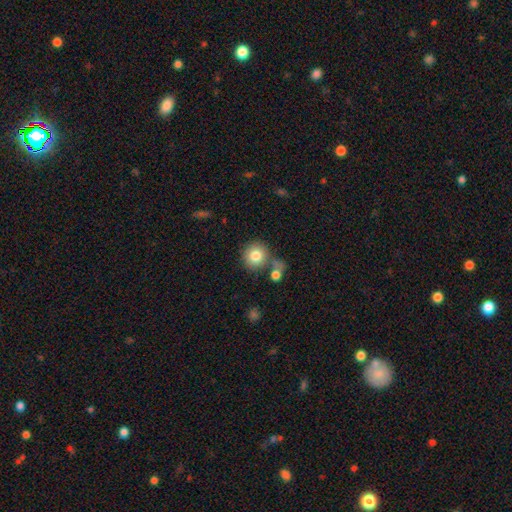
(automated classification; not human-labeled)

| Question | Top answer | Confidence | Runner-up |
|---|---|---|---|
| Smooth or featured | smooth | 81% | featured or disk (10%) |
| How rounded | round | 89% | in between (10%) |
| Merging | none | 65% | merger (18%) |